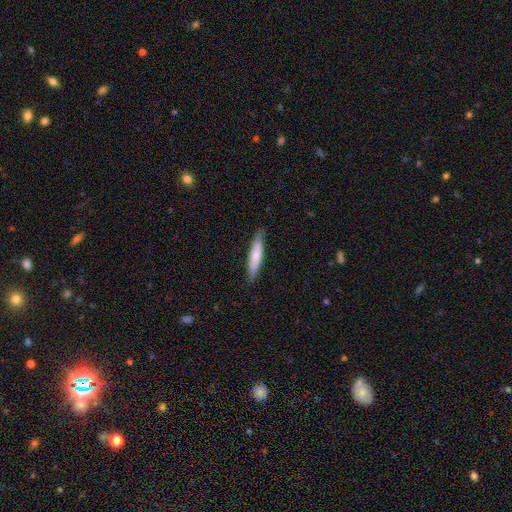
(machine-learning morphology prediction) Smooth or featured: smooth — 71% (featured or disk — 23%)
How rounded: cigar-shaped — 85% (in between — 14%)
Merging: none — 85% (minor disturbance — 12%)